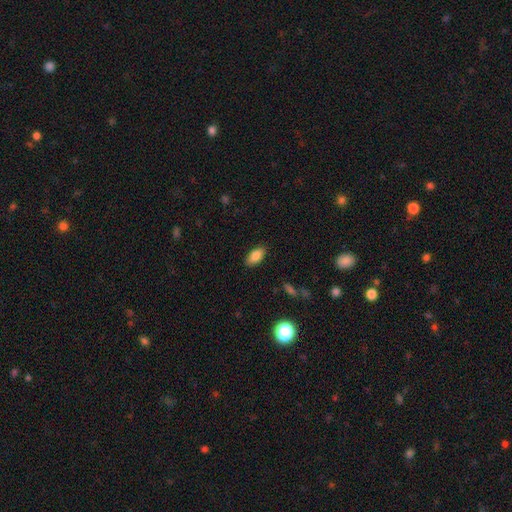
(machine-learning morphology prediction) This is clearly a smooth galaxy (86%). How rounded: clearly in between (90%). Merging: clearly none (86%).